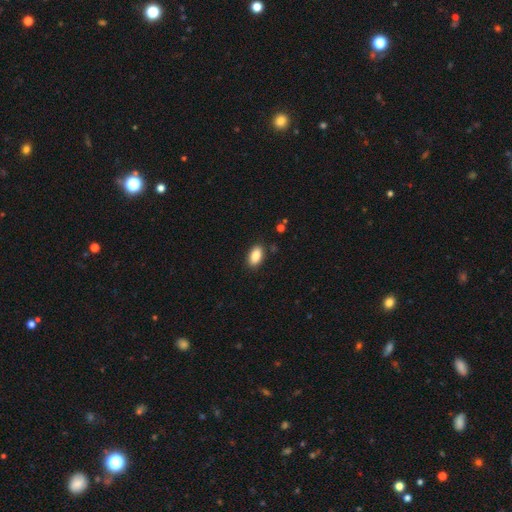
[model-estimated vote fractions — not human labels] smooth 88%, star or artifact 7%, featured or disk 5%. Down the decision tree: how rounded — in between (92%); merging — none (88%).